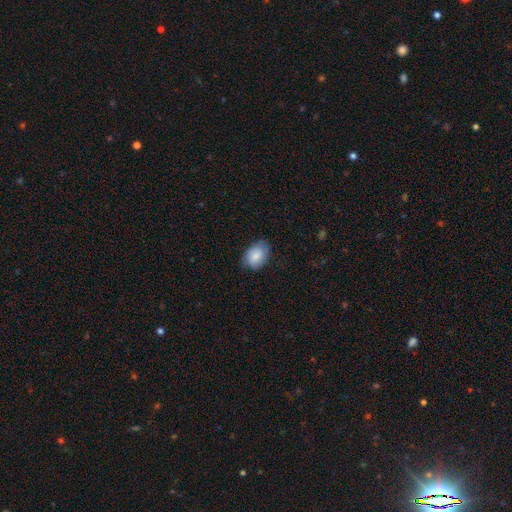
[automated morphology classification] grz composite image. It shows a smooth galaxy with no disk features (81%) that is in between round and cigar-shaped (84%). Merging: none (75%).